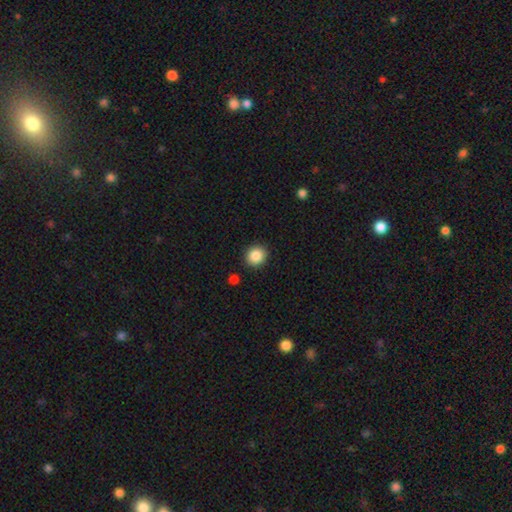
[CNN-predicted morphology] This is clearly a smooth galaxy (87%). How rounded: clearly round (82%). Merging: clearly none (89%).